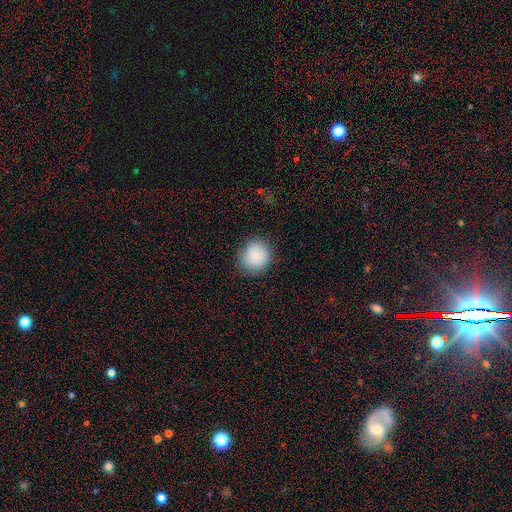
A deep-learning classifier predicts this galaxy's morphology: Smooth or featured? Predicted: smooth (p=0.86). How rounded? Predicted: round (p=0.85). Merging? Predicted: none (p=0.84).